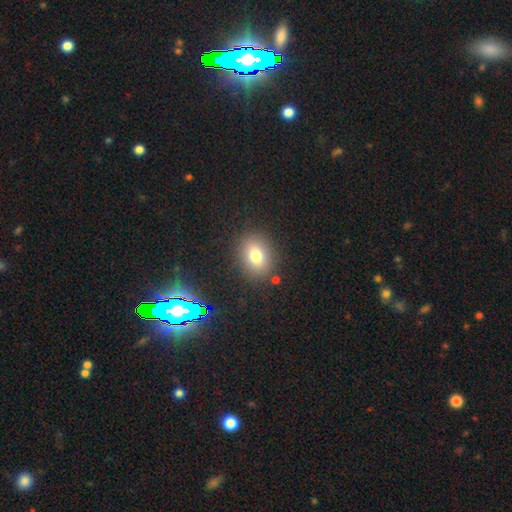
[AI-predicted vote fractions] A smooth galaxy with no disk features (75%) that is in between round and cigar-shaped (56%).

Vote fractions:
- Smooth or featured? smooth: 75% / star or artifact: 14% / featured or disk: 11%
- How rounded? in between: 56% / round: 43% / cigar-shaped: 1%
- Merging? none: 85% / minor disturbance: 9% / major disturbance: 4% / merger: 3%